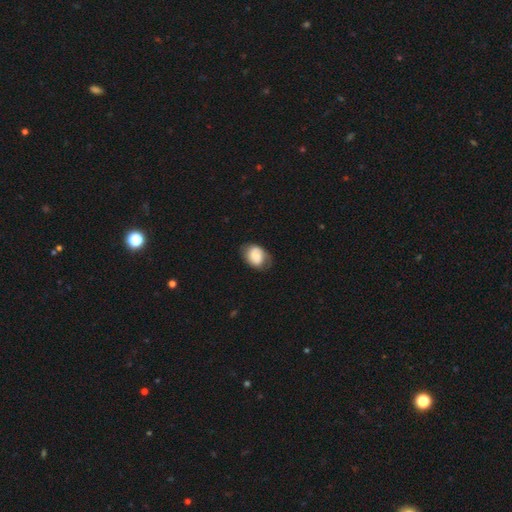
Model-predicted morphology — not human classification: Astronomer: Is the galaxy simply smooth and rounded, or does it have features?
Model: smooth — 62%.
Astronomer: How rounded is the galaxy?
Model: in between — 64%.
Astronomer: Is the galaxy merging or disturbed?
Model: none — 58%.